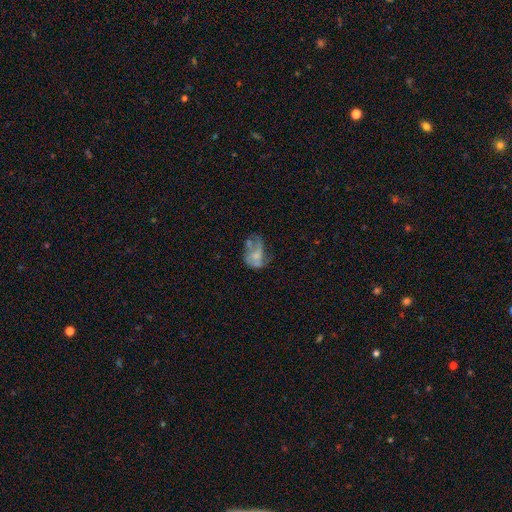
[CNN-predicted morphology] smooth_or_featured: featured or disk (p=0.52) [alt: smooth p=0.36]
disk_edge_on: no (p=0.98) [alt: yes p=0.02]
bar: no (p=0.81) [alt: weak p=0.16]
has_spiral_arms: no (p=0.66) [alt: yes p=0.34]
bulge_size: none (p=0.38) [alt: small p=0.31]
merging: major disturbance (p=0.37) [alt: none p=0.31]